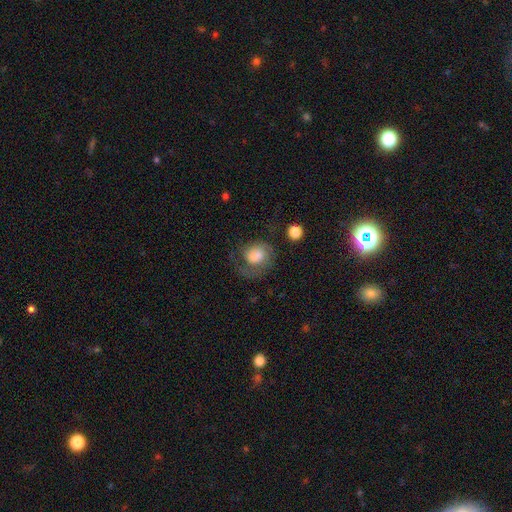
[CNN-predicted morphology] Smooth or featured? smooth (54%)
How rounded? round (60%)
Merging? major disturbance (38%)